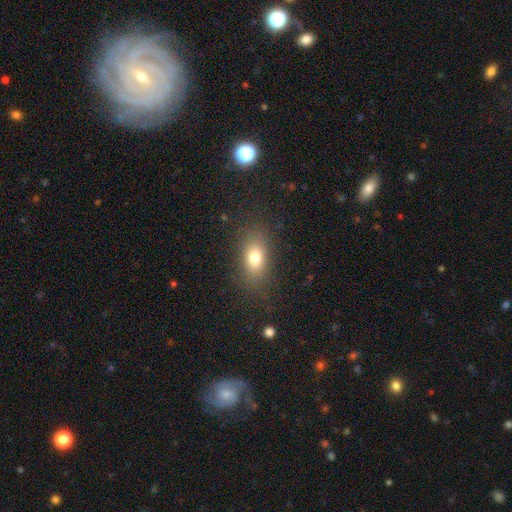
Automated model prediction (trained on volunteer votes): Overall: smooth (44%; featured or disk 36%). Merging: none (83%).